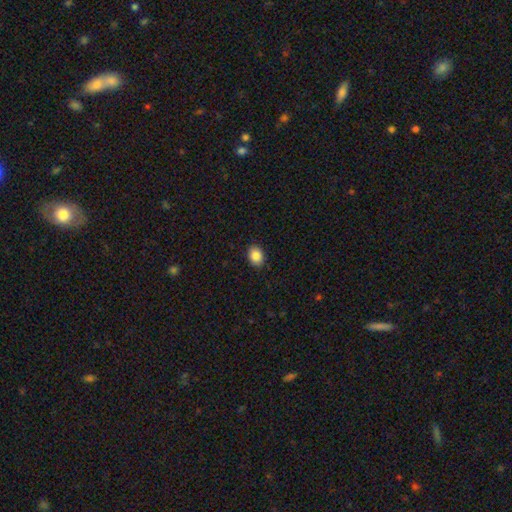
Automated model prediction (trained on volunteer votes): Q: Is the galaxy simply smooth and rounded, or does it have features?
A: smooth — 86%.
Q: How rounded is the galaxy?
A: in between — 63%.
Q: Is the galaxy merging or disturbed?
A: none — 91%.